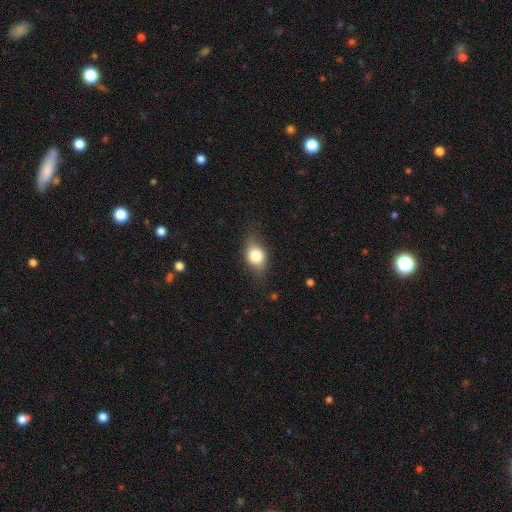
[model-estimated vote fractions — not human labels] Smooth or featured? smooth (75%)
How rounded? in between (67%)
Merging? none (71%)